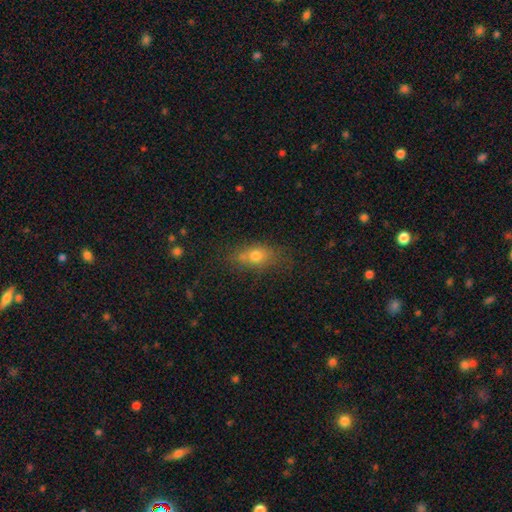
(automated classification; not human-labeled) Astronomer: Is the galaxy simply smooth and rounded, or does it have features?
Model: smooth — 71%.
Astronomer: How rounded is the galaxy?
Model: in between — 71%.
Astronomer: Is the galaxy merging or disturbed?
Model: none — 63%.